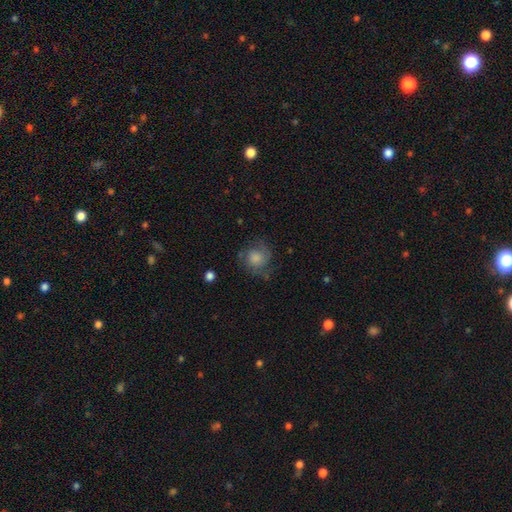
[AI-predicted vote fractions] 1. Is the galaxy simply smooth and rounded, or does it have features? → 45% featured or disk, 43% smooth, 13% star or artifact.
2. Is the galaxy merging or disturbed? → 67% none, 19% minor disturbance, 12% major disturbance, 2% merger.